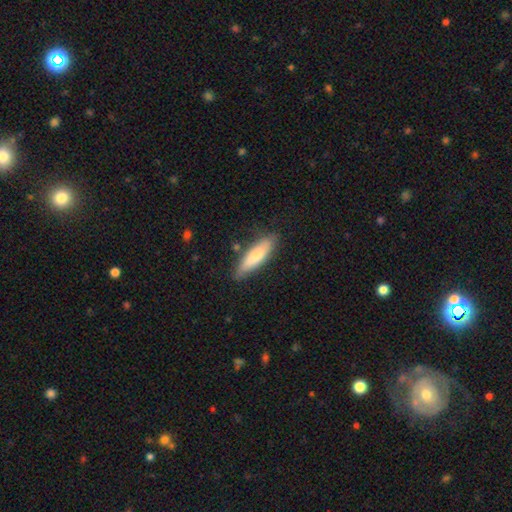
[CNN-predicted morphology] smooth 75%, featured or disk 20%, star or artifact 5%. Down the decision tree: how rounded — cigar-shaped (64%); merging — none (78%).